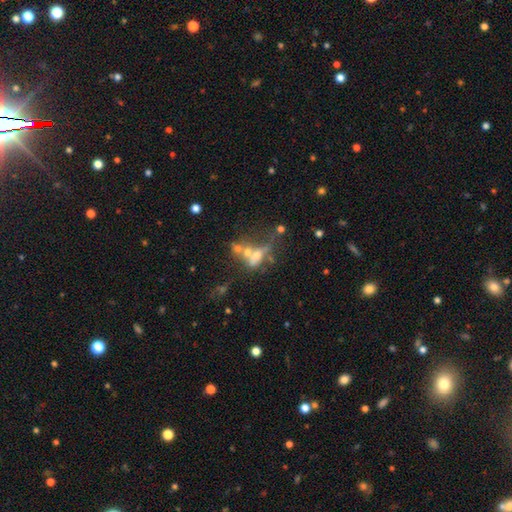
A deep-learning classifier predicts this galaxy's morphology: smooth_or_featured: featured or disk (p=0.45) [alt: smooth p=0.32]
merging: merger (p=0.45) [alt: none p=0.25]